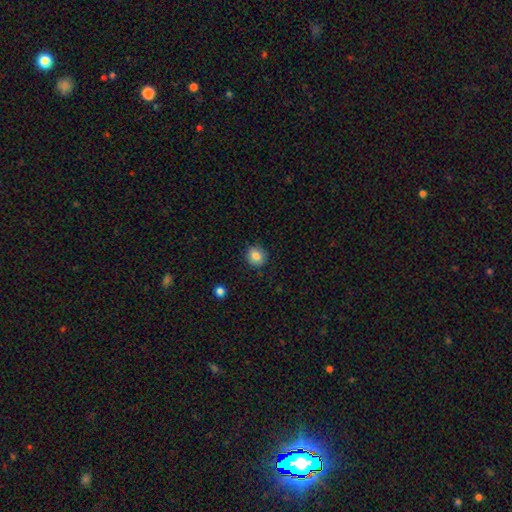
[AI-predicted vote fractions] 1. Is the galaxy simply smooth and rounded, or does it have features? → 84% smooth, 9% star or artifact, 7% featured or disk.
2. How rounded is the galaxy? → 88% round, 11% in between, 1% cigar-shaped.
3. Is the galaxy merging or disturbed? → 89% none, 8% minor disturbance, 2% major disturbance, 1% merger.